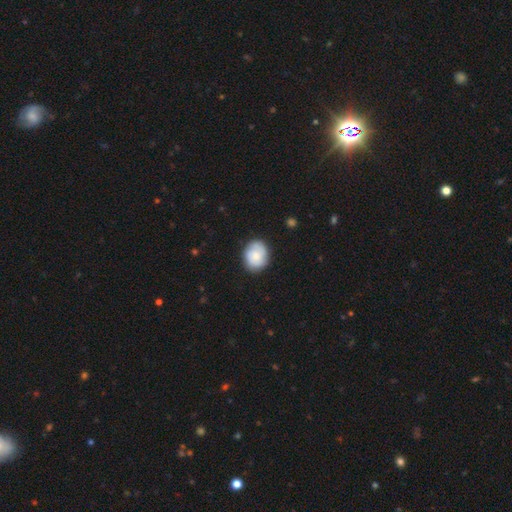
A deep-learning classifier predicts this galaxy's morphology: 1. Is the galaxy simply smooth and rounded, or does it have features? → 67% smooth, 26% featured or disk, 7% star or artifact.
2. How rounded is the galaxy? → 55% round, 44% in between, 1% cigar-shaped.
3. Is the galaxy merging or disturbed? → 80% none, 15% minor disturbance, 4% major disturbance, 1% merger.